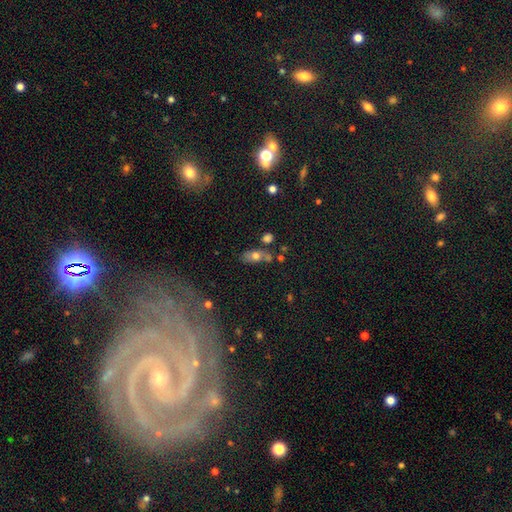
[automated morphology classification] A smooth galaxy with no disk features (67%) that is in between round and cigar-shaped (80%). Merging: none (50%).